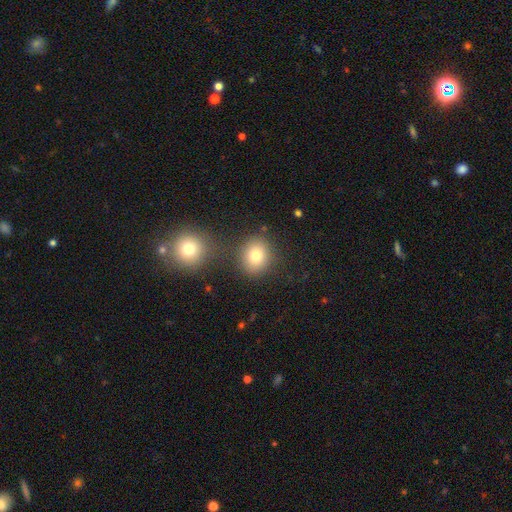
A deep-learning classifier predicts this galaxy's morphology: smooth-or-featured: smooth: 77% | star or artifact: 13% | featured or disk: 10%
  how-rounded: round: 79% | in between: 20% | cigar-shaped: 1%
  merging: none: 76% | merger: 11% | minor disturbance: 9% | major disturbance: 3%